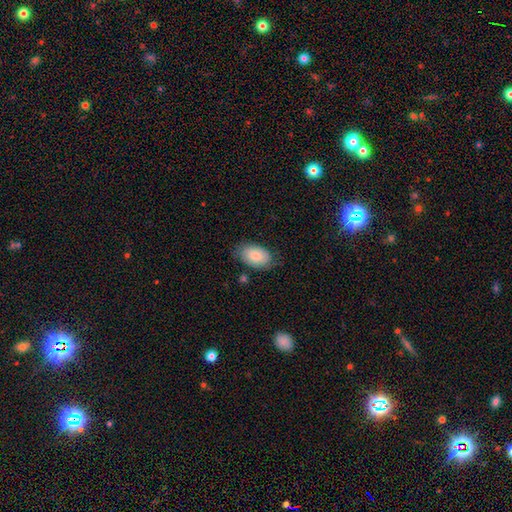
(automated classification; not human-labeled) Smooth or featured?
  - smooth: 80% *
  - featured or disk: 14%
  - star or artifact: 6%
How rounded?
  - in between: 92% *
  - round: 6%
  - cigar-shaped: 1%
Merging?
  - none: 73% *
  - minor disturbance: 20%
  - major disturbance: 5%
  - merger: 2%